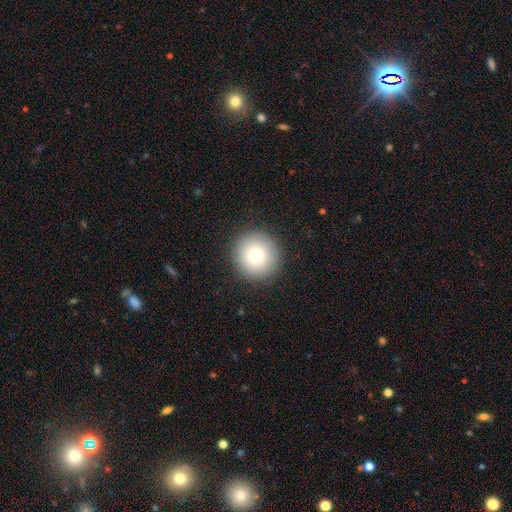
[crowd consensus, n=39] Smooth or featured?
  - smooth: 90% *
  - featured or disk: 8%
  - star or artifact: 3%
How rounded?
  - round: 94% *
  - in between: 6%
  - cigar-shaped: 0%
Merging?
  - none: 95% *
  - major disturbance: 5%
  - minor disturbance: 0%
  - merger: 0%